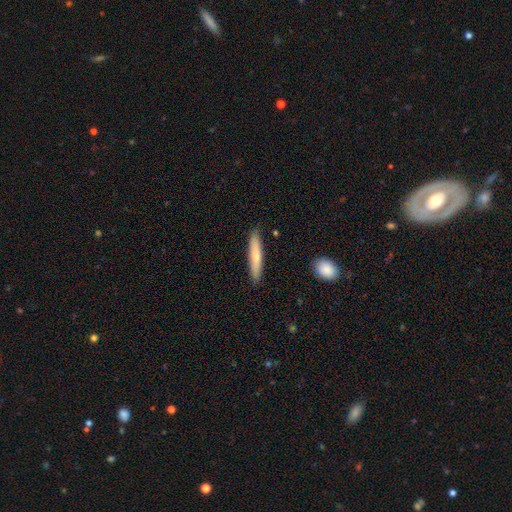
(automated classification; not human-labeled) Q: Smooth or featured?
A: smooth (71%); runner-up: featured or disk (23%)
Q: How rounded?
A: cigar-shaped (90%); runner-up: in between (9%)
Q: Merging?
A: none (88%); runner-up: minor disturbance (9%)